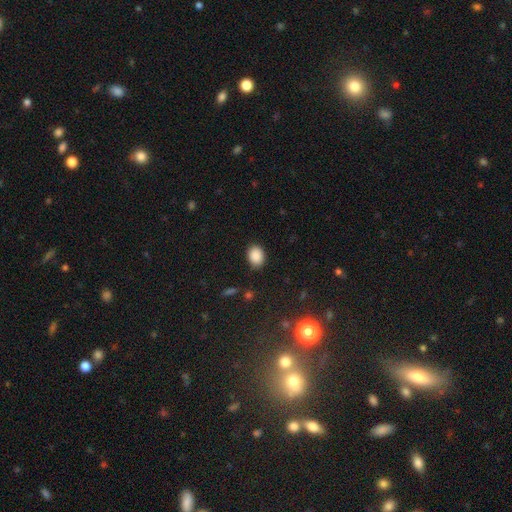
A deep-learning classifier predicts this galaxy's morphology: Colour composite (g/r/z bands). It shows a smooth galaxy with no disk features (88%) that is in between round and cigar-shaped (64%). Merging: none (86%).